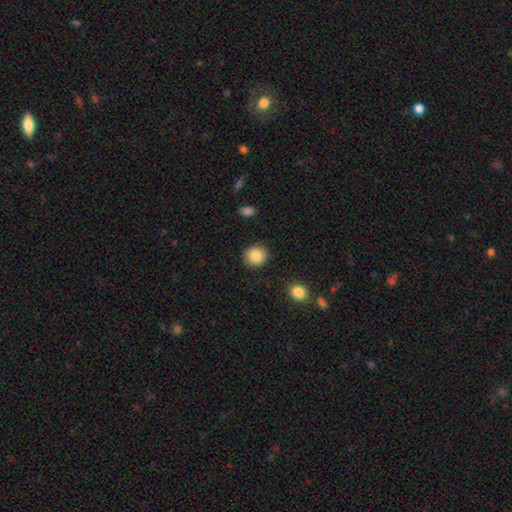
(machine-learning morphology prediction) A smooth galaxy with no disk features (87%) that is round (86%). Merging: none (90%).